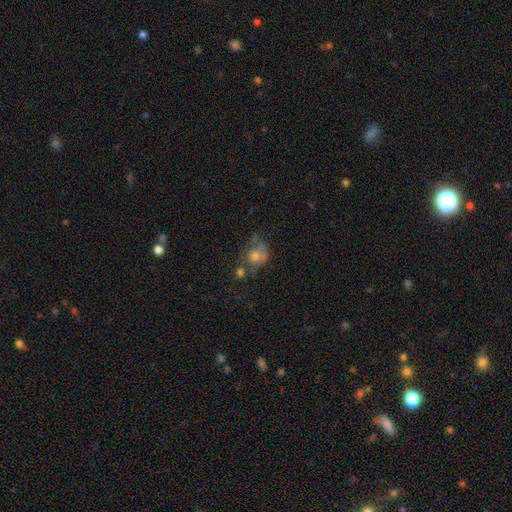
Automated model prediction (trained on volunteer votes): Q: Smooth or featured?
A: smooth (52%); runner-up: featured or disk (30%)
Q: How rounded?
A: round (63%); runner-up: in between (35%)
Q: Merging?
A: none (37%); runner-up: minor disturbance (23%)